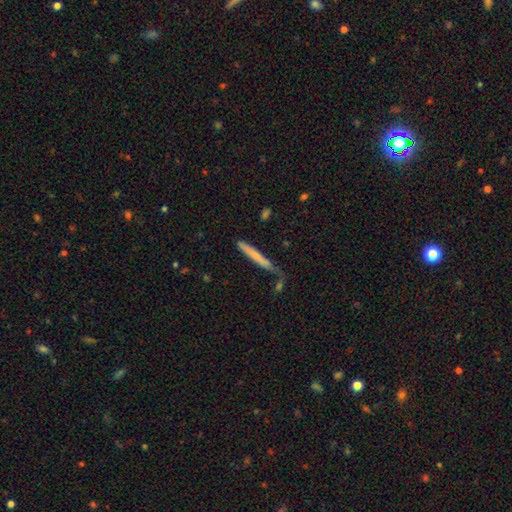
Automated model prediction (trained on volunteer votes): Overall: smooth (59%; featured or disk 34%). How rounded: cigar-shaped (96%). Merging: none (67%).